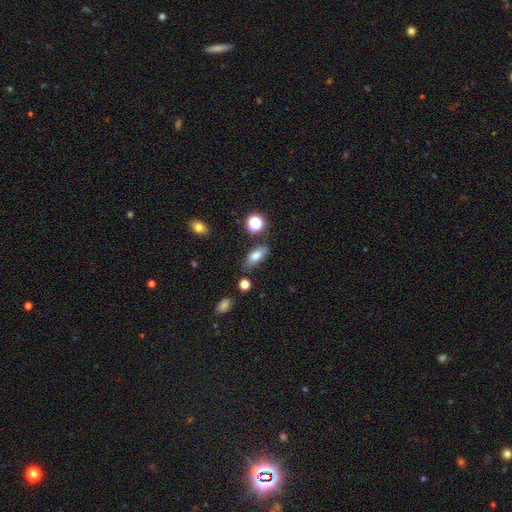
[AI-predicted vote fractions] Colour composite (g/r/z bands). It shows a smooth galaxy with no disk features (74%) that is in between round and cigar-shaped (80%). Merging: none (72%).